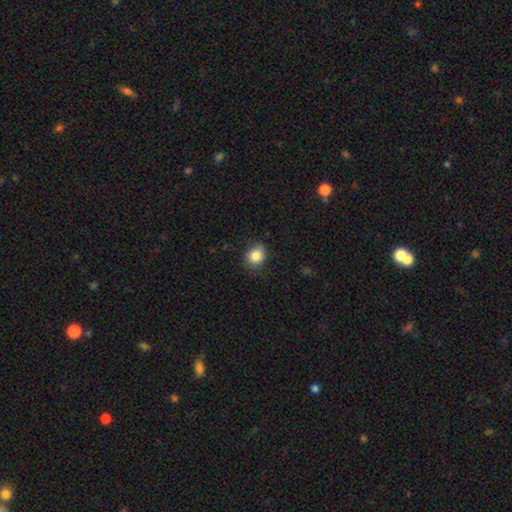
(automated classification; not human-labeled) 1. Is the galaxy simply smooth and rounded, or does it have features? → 86% smooth, 9% star or artifact, 5% featured or disk.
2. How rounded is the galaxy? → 69% round, 30% in between, 1% cigar-shaped.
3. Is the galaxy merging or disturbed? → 79% none, 16% minor disturbance, 3% major disturbance, 1% merger.